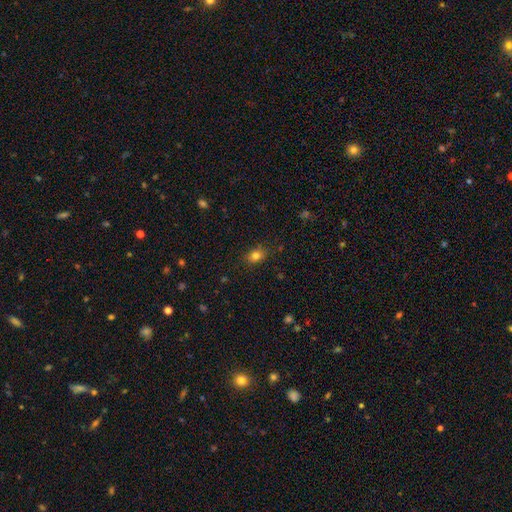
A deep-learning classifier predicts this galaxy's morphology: smooth 81%, star or artifact 12%, featured or disk 7%. Down the decision tree: how rounded — in between (64%); merging — none (84%).